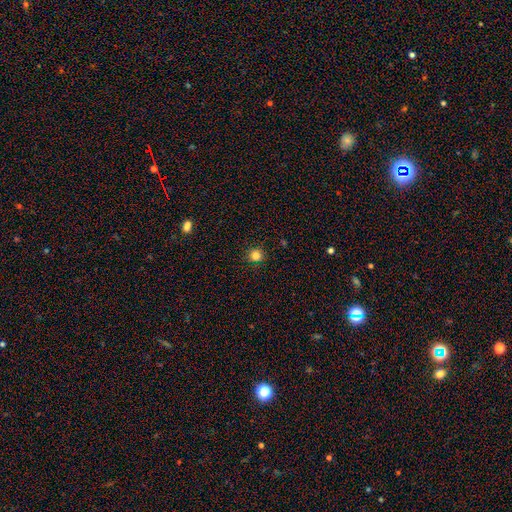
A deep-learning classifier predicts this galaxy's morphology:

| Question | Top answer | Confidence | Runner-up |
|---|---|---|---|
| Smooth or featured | smooth | 82% | star or artifact (13%) |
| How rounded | round | 94% | in between (5%) |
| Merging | none | 92% | minor disturbance (5%) |